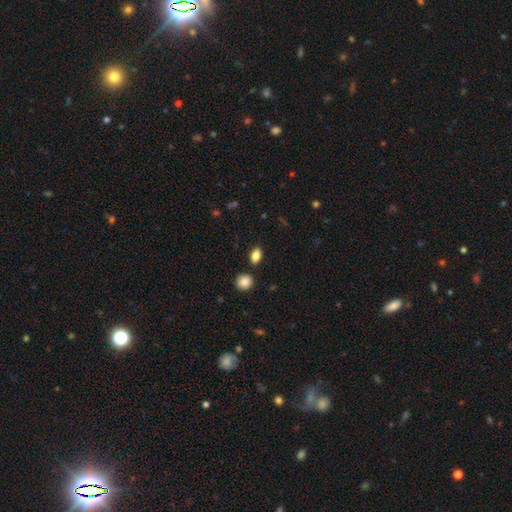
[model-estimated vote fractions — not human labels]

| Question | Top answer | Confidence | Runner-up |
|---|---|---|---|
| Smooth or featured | smooth | 85% | star or artifact (9%) |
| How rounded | in between | 82% | round (15%) |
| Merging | none | 85% | minor disturbance (8%) |